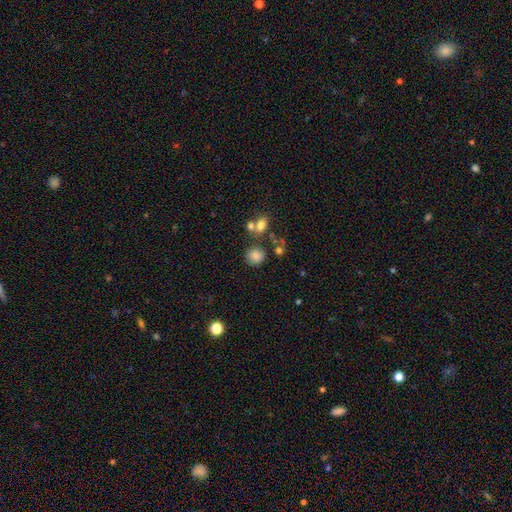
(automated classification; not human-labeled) Smooth or featured?
  - smooth: 82% *
  - star or artifact: 11%
  - featured or disk: 7%
How rounded?
  - round: 82% *
  - in between: 17%
  - cigar-shaped: 1%
Merging?
  - none: 71% *
  - minor disturbance: 13%
  - merger: 12%
  - major disturbance: 5%